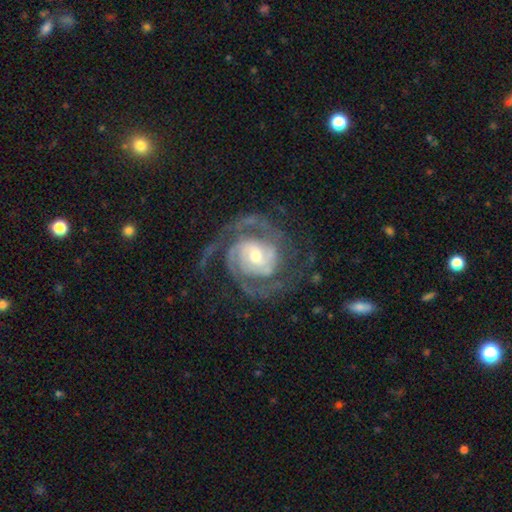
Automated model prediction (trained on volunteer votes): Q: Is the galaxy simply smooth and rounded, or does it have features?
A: featured or disk — 92%.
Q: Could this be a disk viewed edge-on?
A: no — 98%.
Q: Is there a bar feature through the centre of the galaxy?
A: no — 52%.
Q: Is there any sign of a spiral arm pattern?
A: yes — 98%.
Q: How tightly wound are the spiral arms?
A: tight — 56%.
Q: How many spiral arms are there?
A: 2 — 49%.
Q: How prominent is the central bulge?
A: moderate — 52%.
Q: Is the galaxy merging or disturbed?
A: none — 71%.